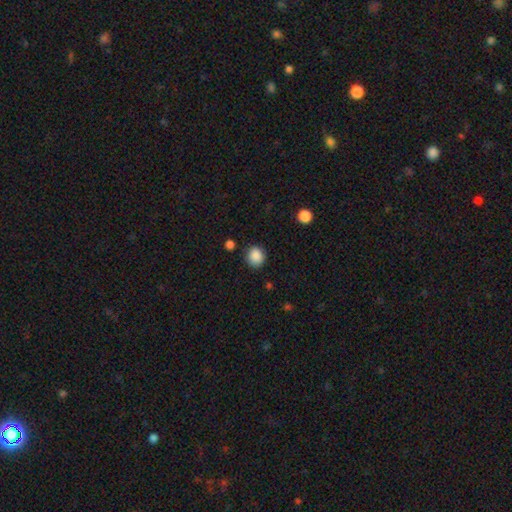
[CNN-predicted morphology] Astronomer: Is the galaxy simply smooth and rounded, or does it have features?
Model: smooth — 88%.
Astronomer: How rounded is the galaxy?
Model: round — 82%.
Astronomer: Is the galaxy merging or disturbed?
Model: none — 85%.